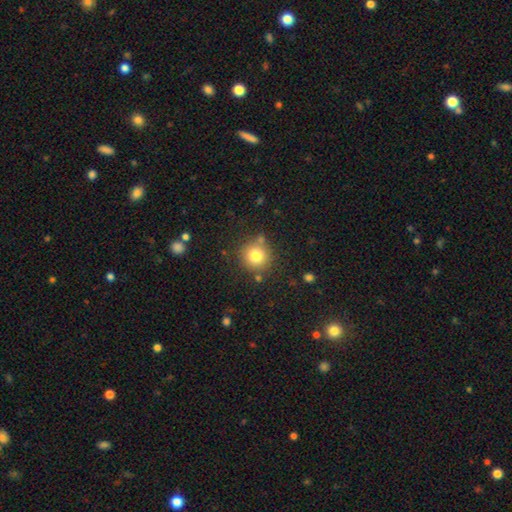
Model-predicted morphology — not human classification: Smooth or featured? Predicted: smooth (p=0.78). How rounded? Predicted: round (p=0.93). Merging? Predicted: none (p=0.80).